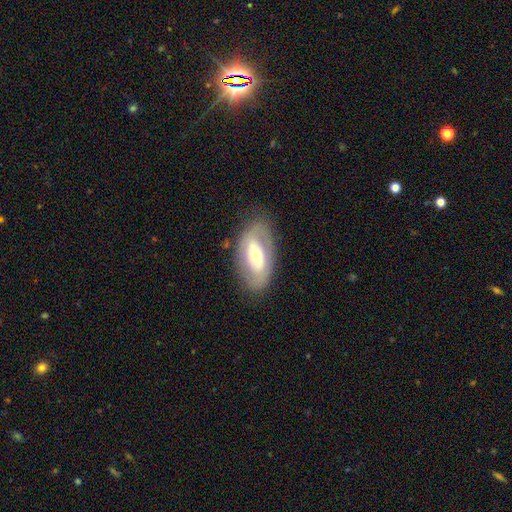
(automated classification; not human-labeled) smooth-or-featured: featured or disk: 60% | smooth: 34% | star or artifact: 6%
  disk-edge-on: no: 90% | yes: 10%
    bar: no: 62% | weak: 23% | strong: 15%
    has-spiral-arms: no: 65% | yes: 35%
    bulge-size: moderate: 52% | small: 41% | large: 5% | dominant: 1% | none: 1%
  merging: none: 79% | minor disturbance: 14% | major disturbance: 6% | merger: 1%